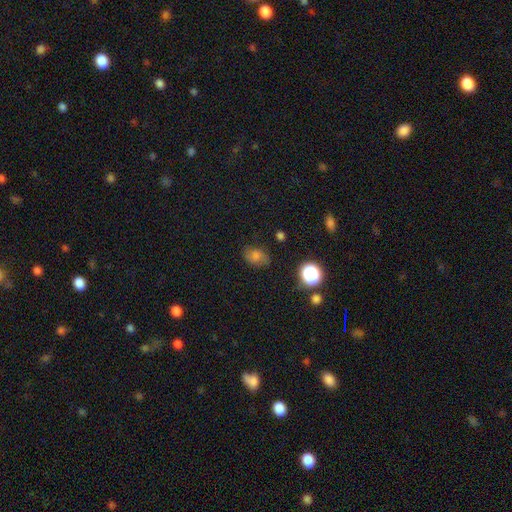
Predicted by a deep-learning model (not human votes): smooth_or_featured: smooth (p=0.67) [alt: star or artifact p=0.17]
how_rounded: in between (p=0.67) [alt: round p=0.32]
merging: none (p=0.70) [alt: minor disturbance p=0.21]